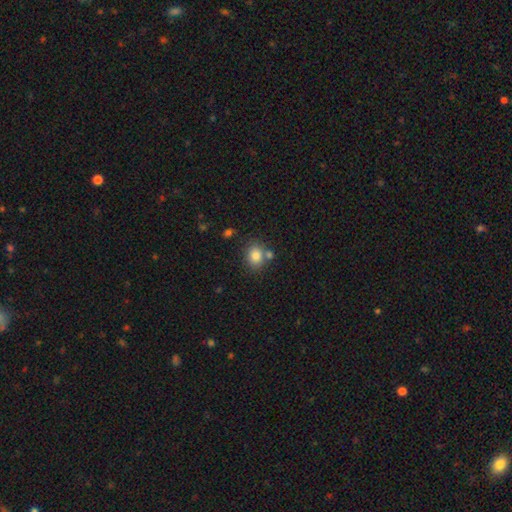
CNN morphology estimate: Q: Smooth or featured?
A: smooth (82%); runner-up: star or artifact (10%)
Q: How rounded?
A: round (59%); runner-up: in between (40%)
Q: Merging?
A: none (67%); runner-up: merger (17%)